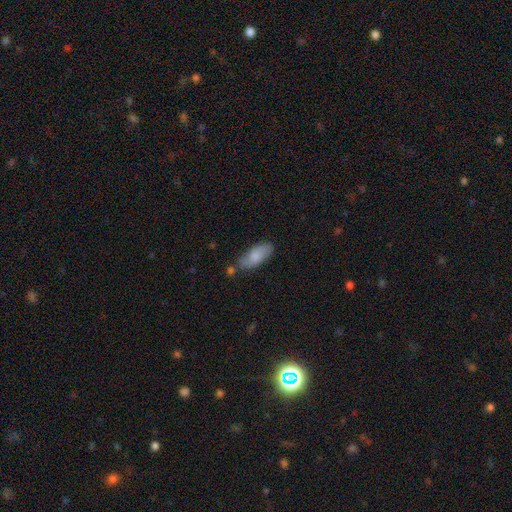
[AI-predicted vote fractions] Morphology: type=smooth (77%); roundness=in between (84%); merging=none (64%).